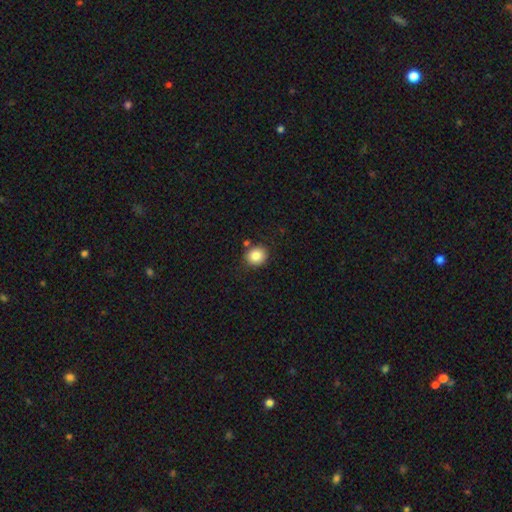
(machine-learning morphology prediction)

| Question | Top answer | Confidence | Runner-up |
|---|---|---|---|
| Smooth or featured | smooth | 85% | star or artifact (9%) |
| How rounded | round | 77% | in between (22%) |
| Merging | none | 82% | minor disturbance (10%) |